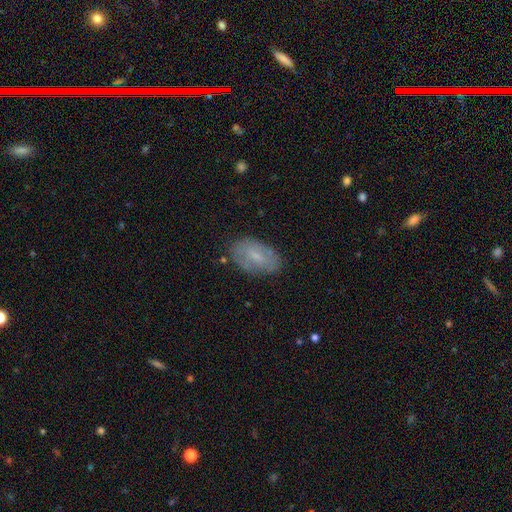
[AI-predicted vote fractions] This is possibly a smooth galaxy (59%). How rounded: clearly in between (92%). Merging: likely none (77%).